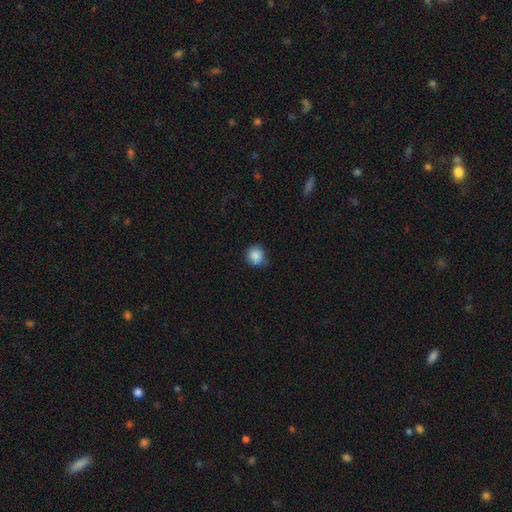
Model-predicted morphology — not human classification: Overall: smooth (87%). How rounded: round (88%). Merging: none (76%).